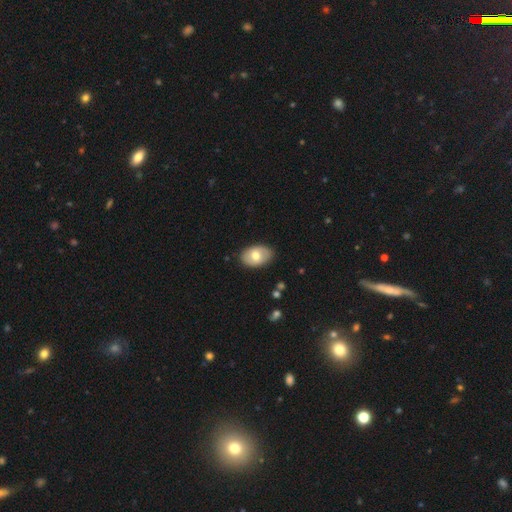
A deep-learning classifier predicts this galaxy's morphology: type=smooth (67%); roundness=in between (88%); merging=none (85%).